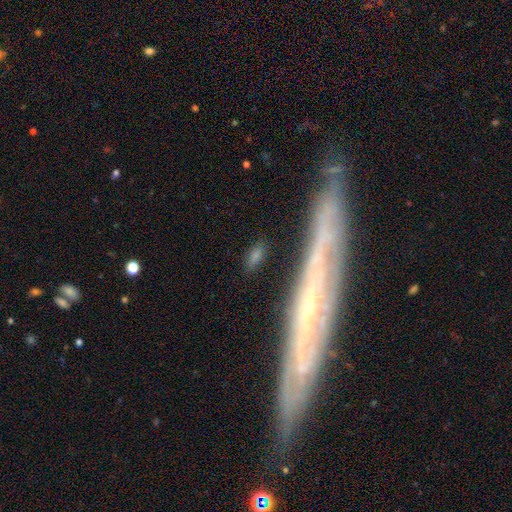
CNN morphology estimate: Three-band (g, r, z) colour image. It shows a smooth galaxy with no disk features (67%) that is in between round and cigar-shaped (69%). Merging: none (78%).